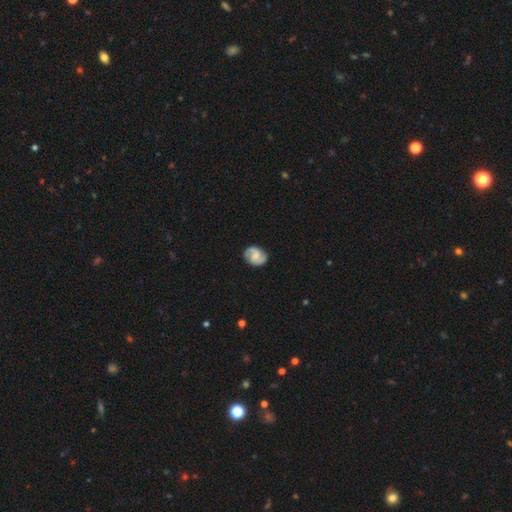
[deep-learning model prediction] Overall: featured or disk (69%). Edge-on disk: no (98%). Bar: weak (48%; no 39%). Spiral arms: yes (94%). Spiral arm count: 2 (89%). Spiral winding: medium (49%; tight 31%). Bulge size: small (34%; moderate 32%). Merging: none (83%).